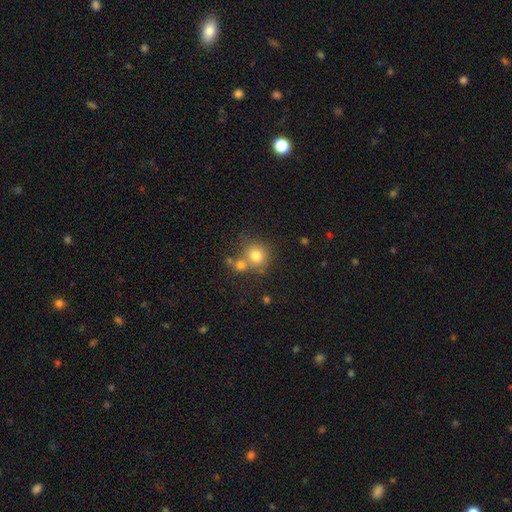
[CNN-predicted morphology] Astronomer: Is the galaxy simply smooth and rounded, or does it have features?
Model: smooth — 77%.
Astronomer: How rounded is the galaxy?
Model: round — 87%.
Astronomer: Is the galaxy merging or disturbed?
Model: none — 55% (runner-up: merger, 32%).